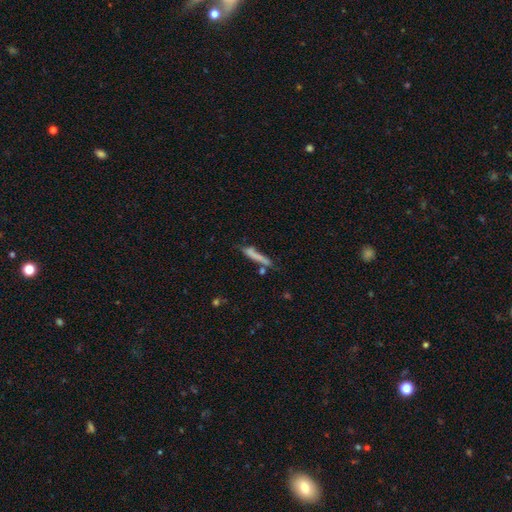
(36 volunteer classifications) Morphology: type=smooth (56%); roundness=cigar-shaped (95%); merging=none (56%).